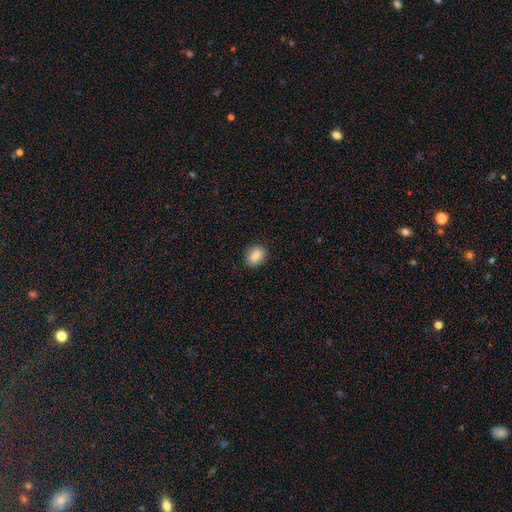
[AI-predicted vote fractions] smooth-or-featured: smooth: 87% | star or artifact: 8% | featured or disk: 5%
  how-rounded: in between: 70% | round: 29% | cigar-shaped: 1%
  merging: none: 89% | minor disturbance: 8% | major disturbance: 2% | merger: 1%